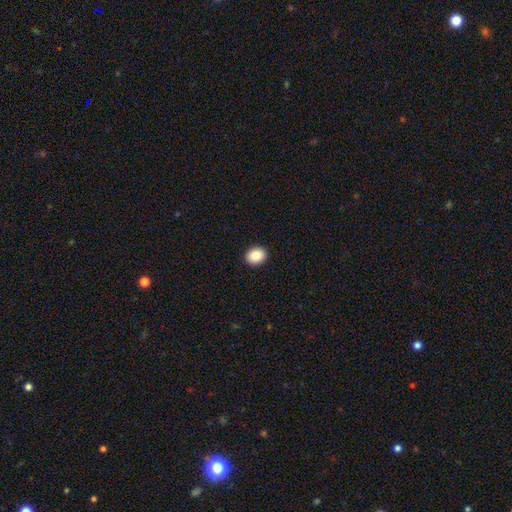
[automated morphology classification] Overall: smooth (86%). How rounded: round (53%; in between 46%). Merging: none (92%).